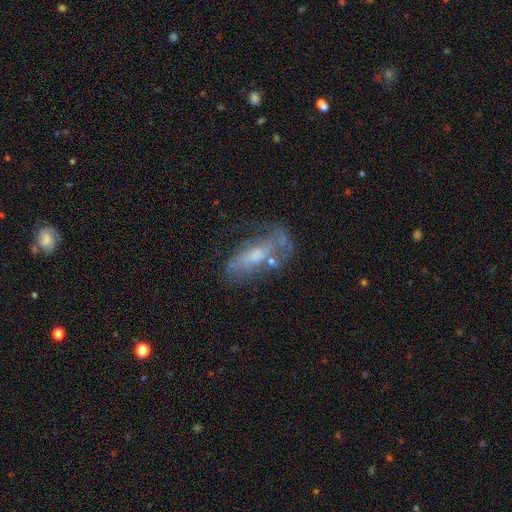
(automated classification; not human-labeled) Smooth or featured?
  - featured or disk: 66% *
  - smooth: 25%
  - star or artifact: 9%
Edge-on disk?
  - no: 89% *
  - yes: 11%
Bar?
  - no: 55% *
  - weak: 34%
  - strong: 11%
Spiral arms?
  - yes: 68% *
  - no: 32%
Bulge size?
  - small: 41% *
  - moderate: 37%
  - none: 15%
  - large: 6%
  - dominant: 2%
Merging?
  - none: 44% *
  - major disturbance: 26%
  - minor disturbance: 22%
  - merger: 7%